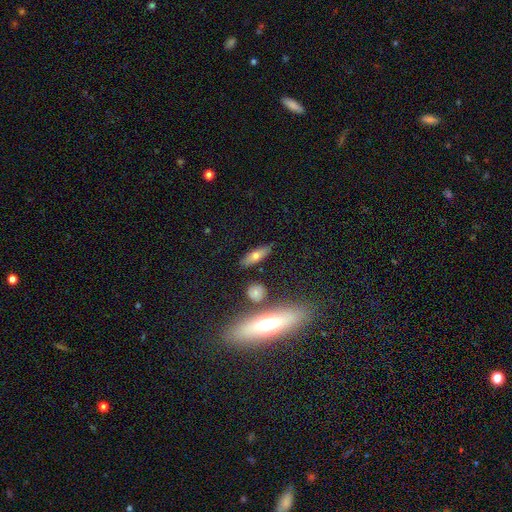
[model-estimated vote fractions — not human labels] Q: Smooth or featured?
A: smooth (60%); runner-up: featured or disk (29%)
Q: How rounded?
A: in between (52%); runner-up: cigar-shaped (43%)
Q: Merging?
A: none (82%); runner-up: minor disturbance (12%)